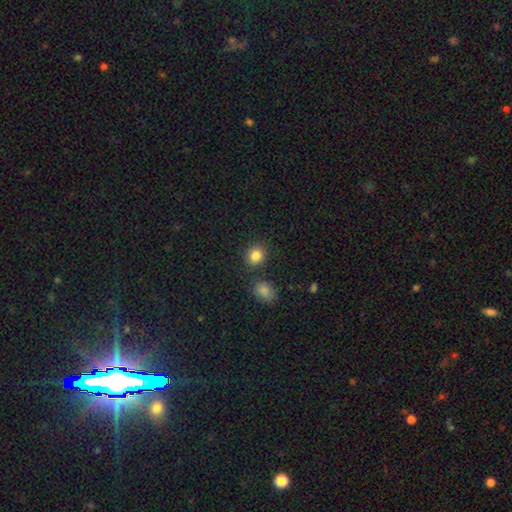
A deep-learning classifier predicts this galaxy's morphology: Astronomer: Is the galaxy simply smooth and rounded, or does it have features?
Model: smooth — 84%.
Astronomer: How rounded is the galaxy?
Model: round — 74%.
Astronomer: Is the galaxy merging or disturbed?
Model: none — 82%.